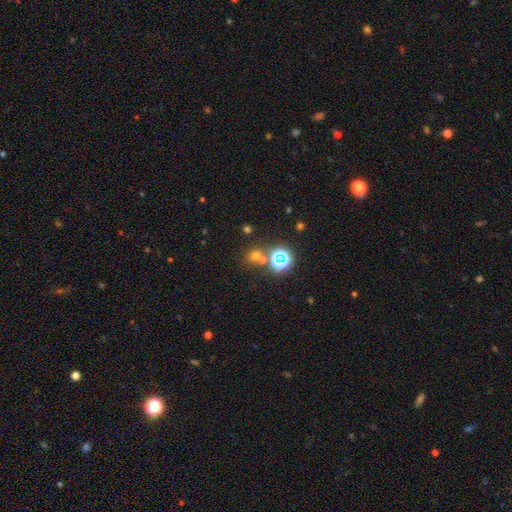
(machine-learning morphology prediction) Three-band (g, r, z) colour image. It shows a smooth galaxy with no disk features (55%) that is round (83%). Merging: none (65%).